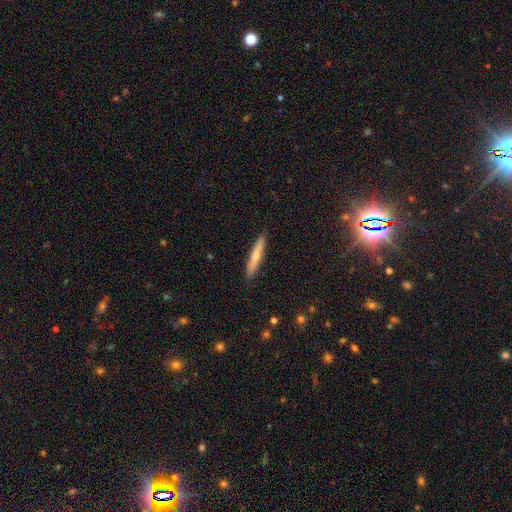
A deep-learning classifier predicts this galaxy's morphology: Smooth or featured?
  - smooth: 67% *
  - featured or disk: 27%
  - star or artifact: 6%
How rounded?
  - cigar-shaped: 94% *
  - in between: 5%
  - round: 1%
Merging?
  - none: 90% *
  - minor disturbance: 7%
  - major disturbance: 1%
  - merger: 1%